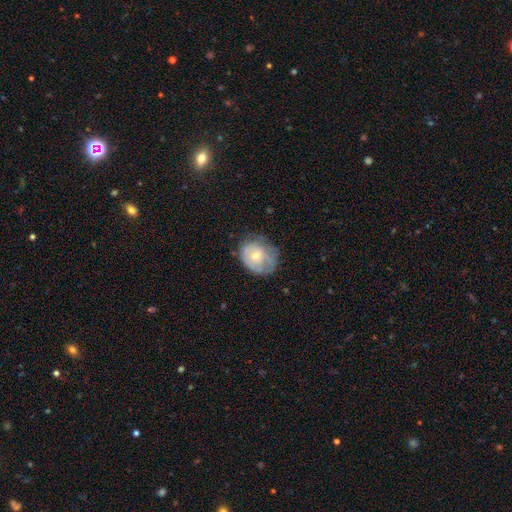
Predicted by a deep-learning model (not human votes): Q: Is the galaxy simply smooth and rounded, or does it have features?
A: featured or disk — 47%.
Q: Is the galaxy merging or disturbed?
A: none — 57%.